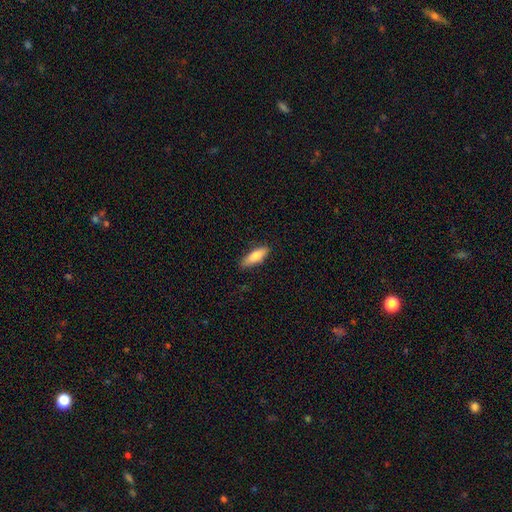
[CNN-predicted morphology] type=smooth (75%); roundness=in between (59%); merging=none (85%).